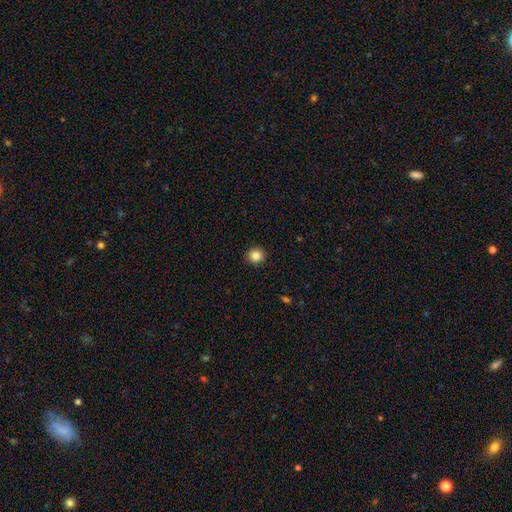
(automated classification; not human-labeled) This appears to be a smooth galaxy with no disk features (85%) that is round (94%). Merging: none (92%).